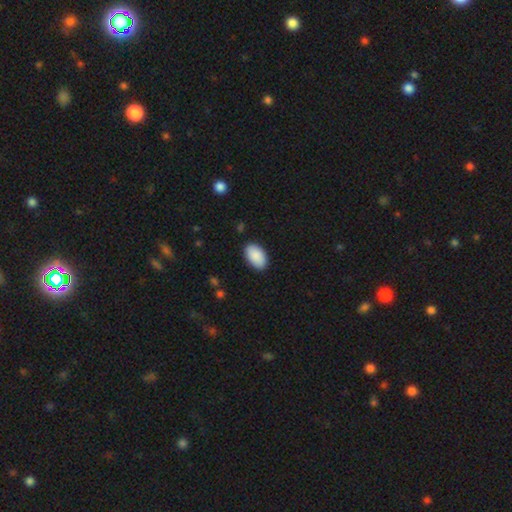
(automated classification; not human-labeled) The model was most divided on "merging": none: 88%, minor disturbance: 9%, major disturbance: 2%, merger: 1%. More confident: how rounded — in between (94%); smooth or featured — smooth (91%).